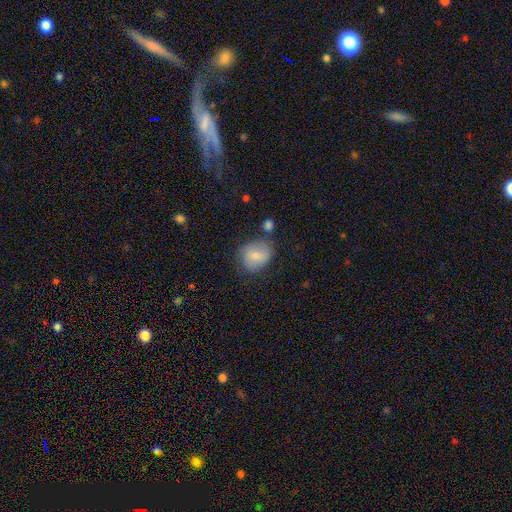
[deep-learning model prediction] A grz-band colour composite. It shows a smooth galaxy with no disk features (74%) that is round (61%). Merging: none (62%).